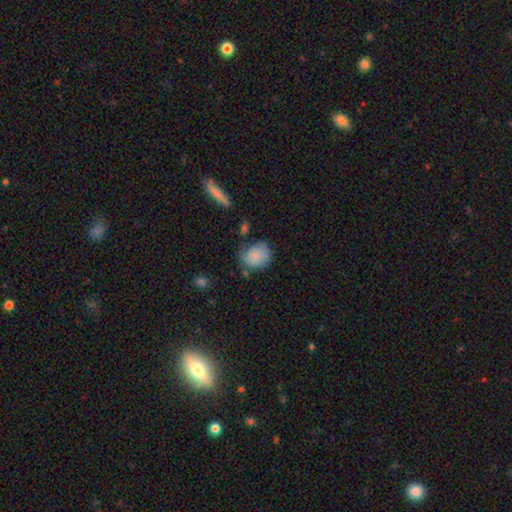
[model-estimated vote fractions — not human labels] smooth-or-featured: smooth: 81% | featured or disk: 11% | star or artifact: 8%
  how-rounded: round: 61% | in between: 38% | cigar-shaped: 1%
  merging: none: 56% | minor disturbance: 29% | major disturbance: 10% | merger: 6%